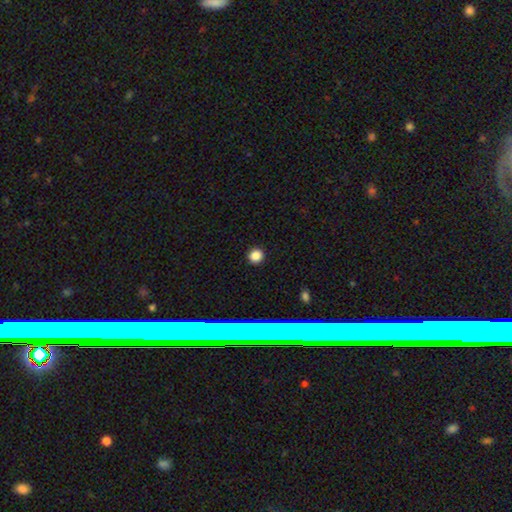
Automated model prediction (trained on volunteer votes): A smooth galaxy with no disk features (83%) that is round (92%). Merging: none (92%).